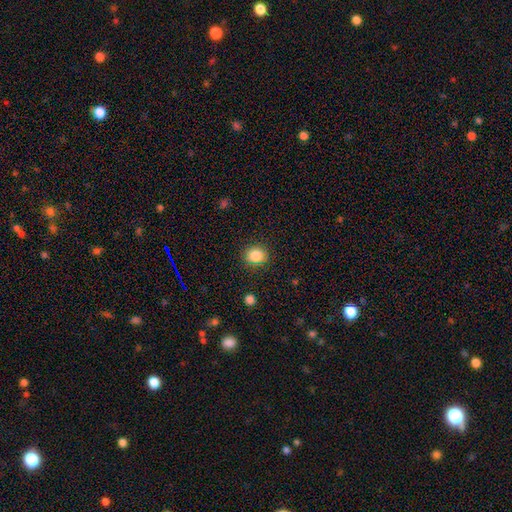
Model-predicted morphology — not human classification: Overall: smooth (85%). How rounded: round (76%). Merging: none (88%).